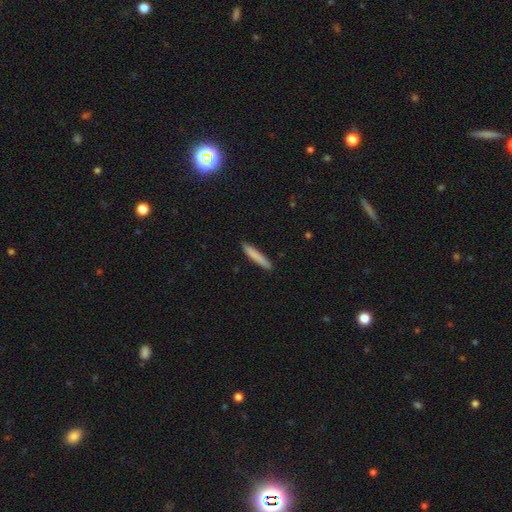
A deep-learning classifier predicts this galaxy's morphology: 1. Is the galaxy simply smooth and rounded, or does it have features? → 81% smooth, 14% featured or disk, 6% star or artifact.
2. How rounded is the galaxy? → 94% cigar-shaped, 5% in between, 1% round.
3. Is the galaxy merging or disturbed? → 90% none, 8% minor disturbance, 1% major disturbance, 1% merger.